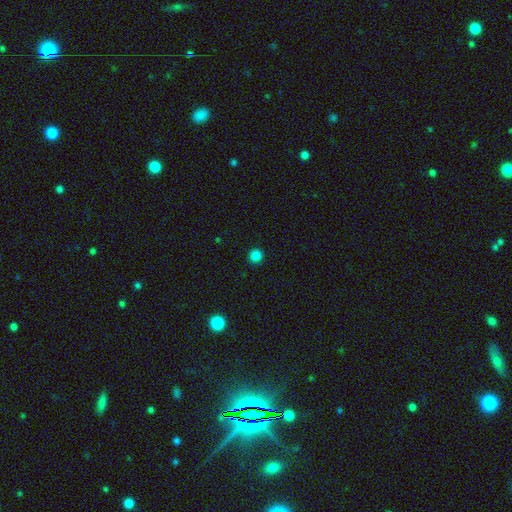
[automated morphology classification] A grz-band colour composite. It shows a smooth galaxy with no disk features (84%) that is round (95%). Merging: none (93%).